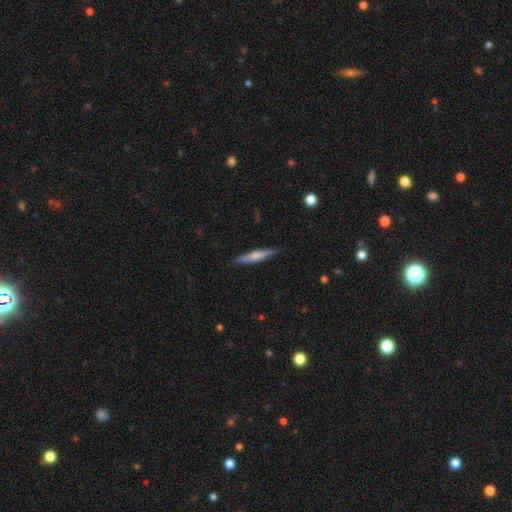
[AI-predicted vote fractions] smooth_or_featured: smooth (p=0.62) [alt: featured or disk p=0.33]
how_rounded: cigar-shaped (p=0.89) [alt: in between p=0.09]
merging: none (p=0.86) [alt: minor disturbance p=0.11]